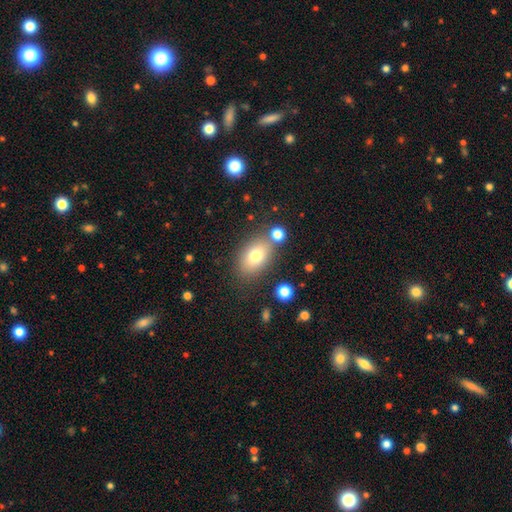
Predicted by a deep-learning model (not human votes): A smooth galaxy with no disk features (75%) that is in between round and cigar-shaped (83%). Merging: none (71%).